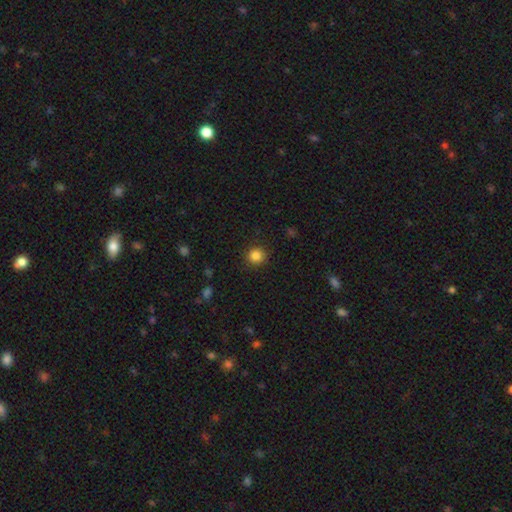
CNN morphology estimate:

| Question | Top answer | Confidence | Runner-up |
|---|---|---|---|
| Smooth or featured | smooth | 85% | star or artifact (11%) |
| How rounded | round | 92% | in between (7%) |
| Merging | none | 91% | minor disturbance (6%) |